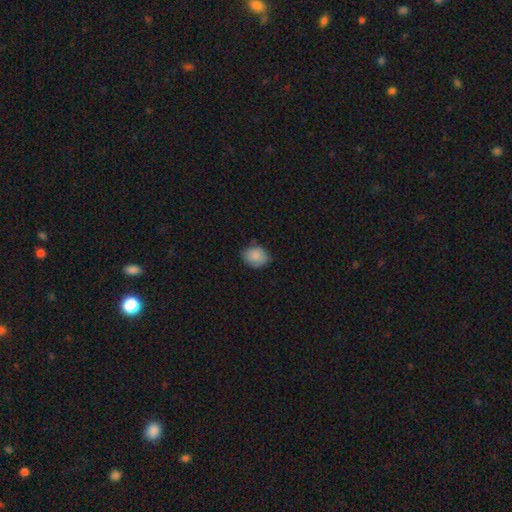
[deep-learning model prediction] Overall: smooth (87%). How rounded: in between (54%; round 45%). Merging: none (73%).